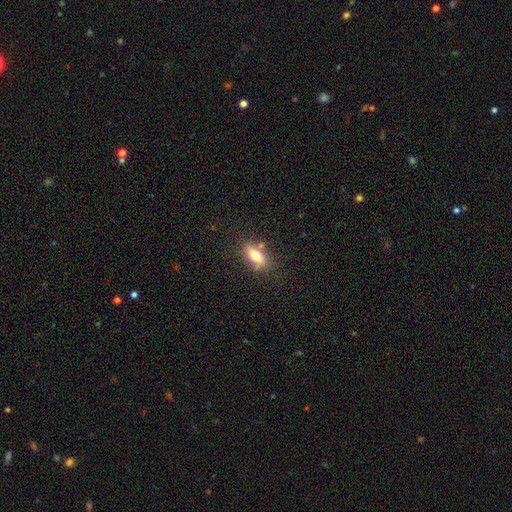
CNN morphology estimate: smooth 72%, featured or disk 20%, star or artifact 8%. Down the decision tree: how rounded — in between (84%); merging — none (70%).